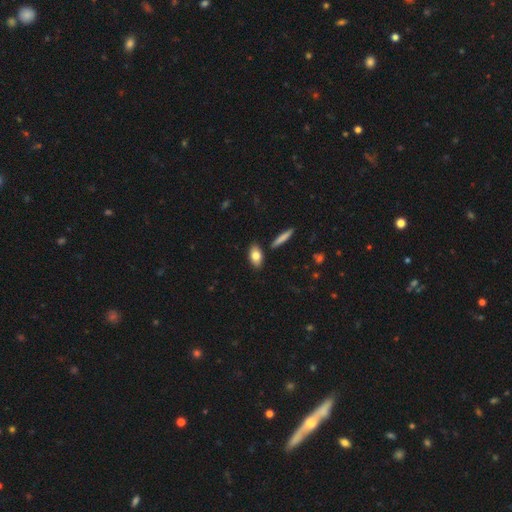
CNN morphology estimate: smooth_or_featured: smooth (p=0.80) [alt: featured or disk p=0.13]
how_rounded: in between (p=0.86) [alt: cigar-shaped p=0.08]
merging: none (p=0.84) [alt: minor disturbance p=0.10]